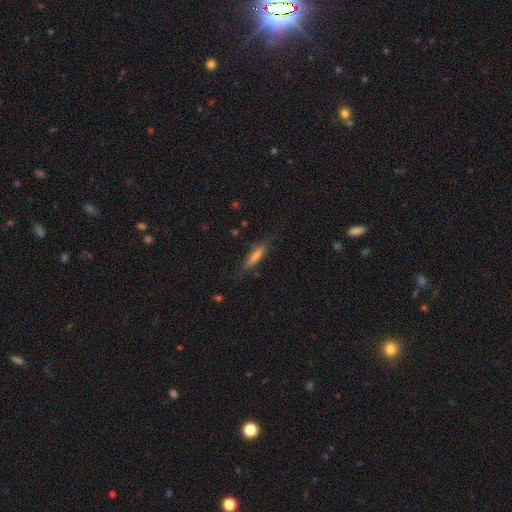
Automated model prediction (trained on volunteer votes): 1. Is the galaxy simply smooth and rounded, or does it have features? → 57% smooth, 35% featured or disk, 8% star or artifact.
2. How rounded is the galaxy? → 83% cigar-shaped, 15% in between, 2% round.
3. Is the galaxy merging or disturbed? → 78% none, 16% minor disturbance, 4% major disturbance, 1% merger.